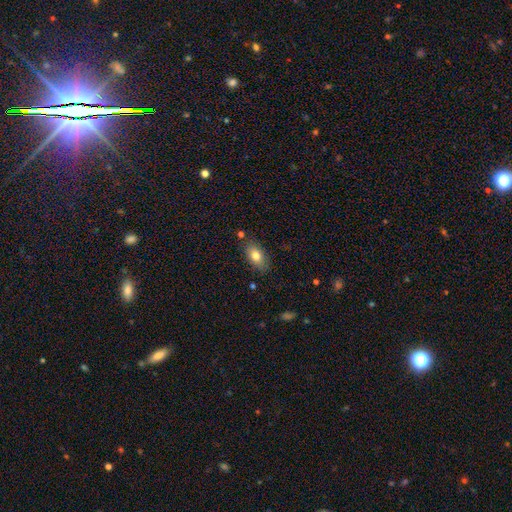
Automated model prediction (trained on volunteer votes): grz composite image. It shows a smooth galaxy with no disk features (78%) that is in between round and cigar-shaped (89%). Merging: none (81%).